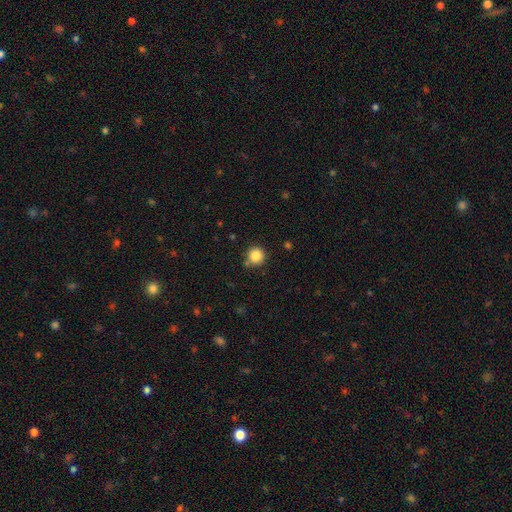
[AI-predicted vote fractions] smooth-or-featured: smooth: 86% | star or artifact: 10% | featured or disk: 4%
  how-rounded: round: 93% | in between: 6% | cigar-shaped: 1%
  merging: none: 80% | minor disturbance: 11% | merger: 5% | major disturbance: 3%